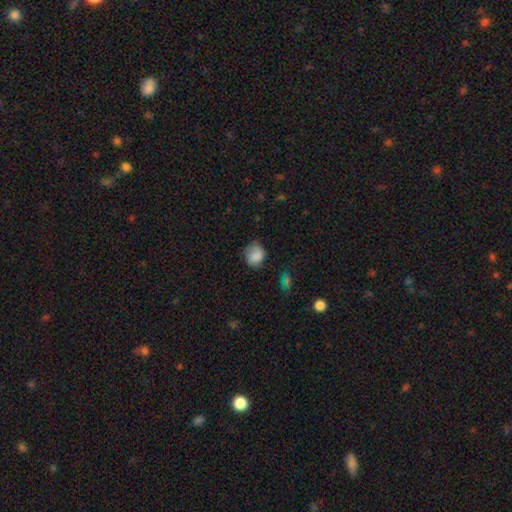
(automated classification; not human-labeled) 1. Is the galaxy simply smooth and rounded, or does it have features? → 80% smooth, 11% featured or disk, 9% star or artifact.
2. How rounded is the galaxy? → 67% round, 32% in between, 1% cigar-shaped.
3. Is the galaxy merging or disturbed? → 62% none, 28% minor disturbance, 8% major disturbance, 2% merger.